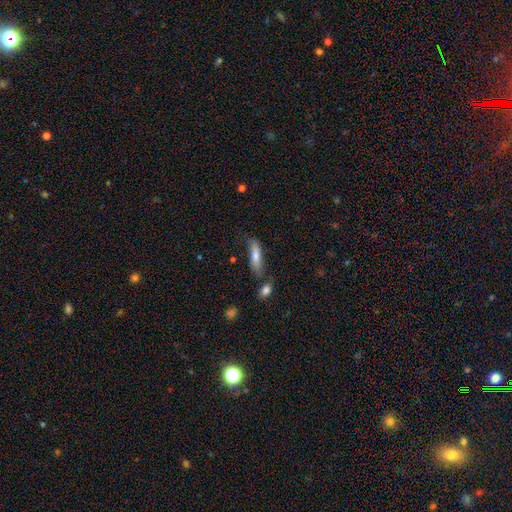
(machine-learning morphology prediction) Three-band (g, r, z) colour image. It shows a smooth galaxy with no disk features (68%) that is cigar-shaped (62%). Merging: none (65%).